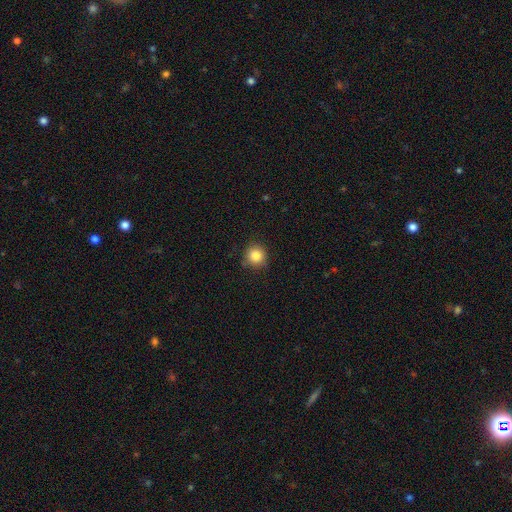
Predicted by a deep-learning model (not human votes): Morphology: type=smooth (84%); roundness=round (92%); merging=none (84%).